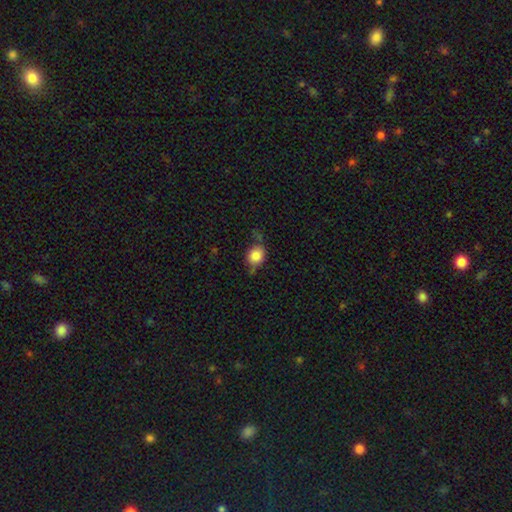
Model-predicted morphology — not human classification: smooth_or_featured: smooth (p=0.81) [alt: featured or disk p=0.10]
how_rounded: round (p=0.69) [alt: in between p=0.30]
merging: none (p=0.57) [alt: minor disturbance p=0.27]